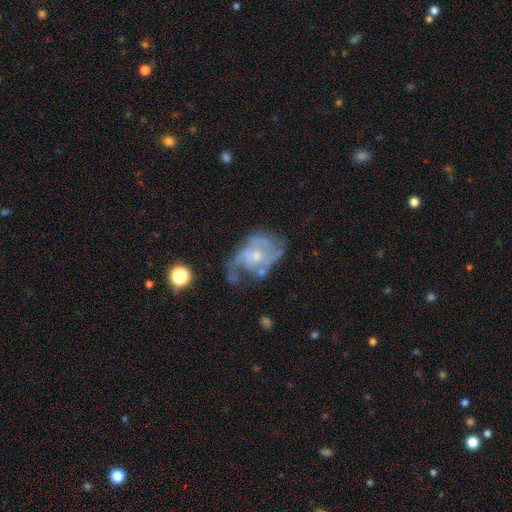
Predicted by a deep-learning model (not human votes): This appears to be a featured or disk galaxy (77%) with no bar (74%), medium (44%) spiral arms (80%) and a small central bulge (54%). Merging: none (37%).